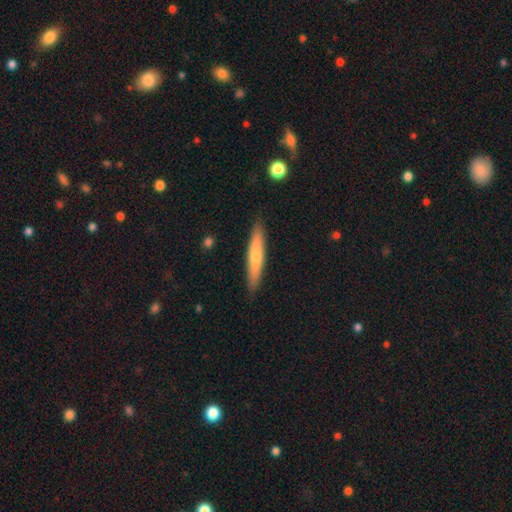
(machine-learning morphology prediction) Overall: smooth (58%; featured or disk 37%). How rounded: cigar-shaped (91%). Merging: none (89%).